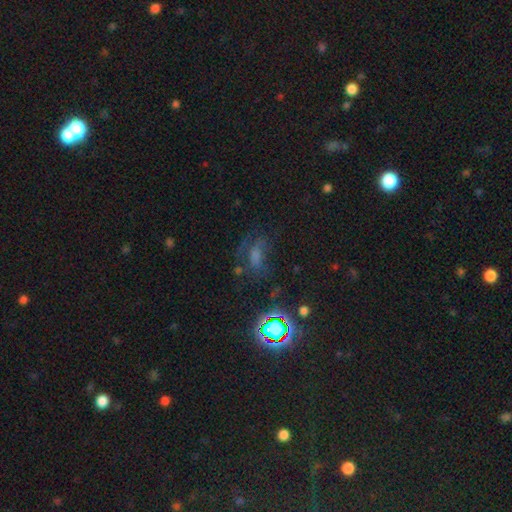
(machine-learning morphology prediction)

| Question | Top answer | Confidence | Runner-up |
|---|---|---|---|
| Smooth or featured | star or artifact | 41% | smooth (32%) |